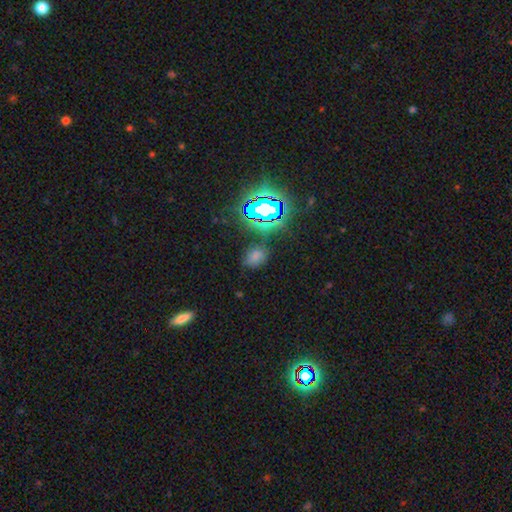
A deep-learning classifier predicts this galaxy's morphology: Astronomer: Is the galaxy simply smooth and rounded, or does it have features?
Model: star or artifact — 48% (runner-up: smooth, 43%).